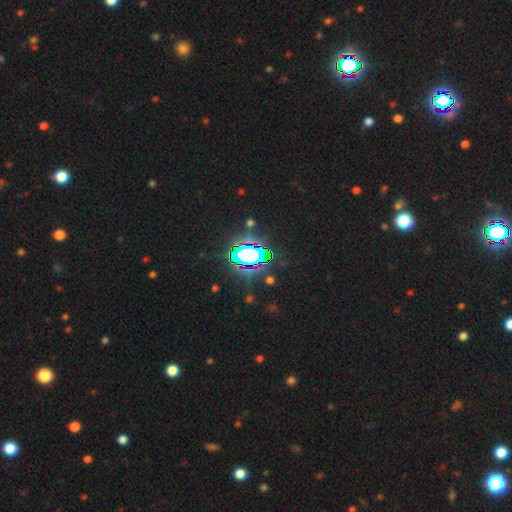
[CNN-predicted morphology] This is likely a star or artifact rather than a galaxy (76%).